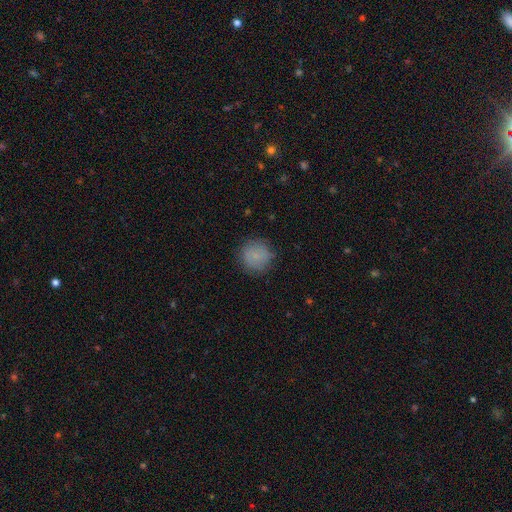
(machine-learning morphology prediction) Smooth or featured: smooth — 79% (featured or disk — 11%)
How rounded: round — 93% (in between — 6%)
Merging: none — 83% (minor disturbance — 12%)